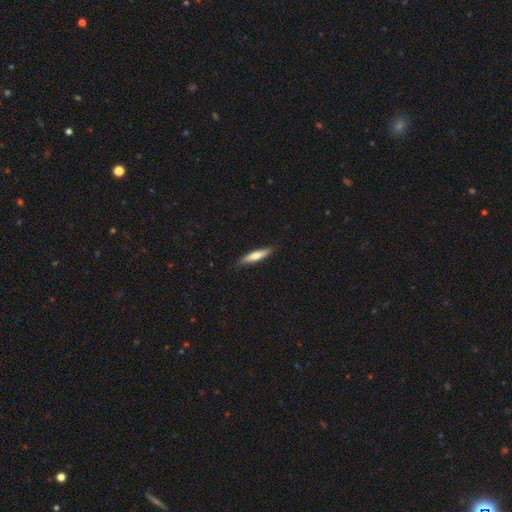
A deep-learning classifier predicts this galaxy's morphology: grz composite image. It shows a smooth galaxy with no disk features (60%) that is cigar-shaped (83%). Merging: none (86%).